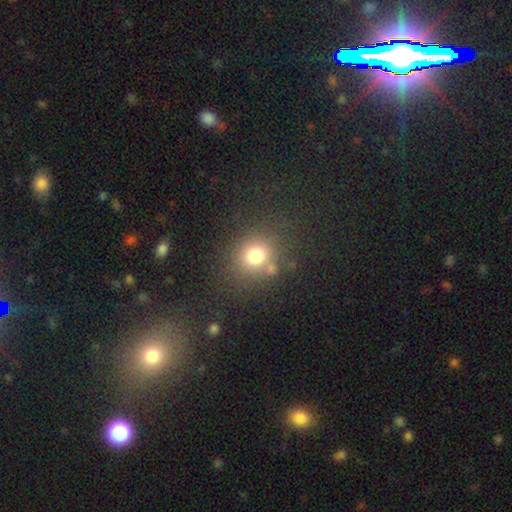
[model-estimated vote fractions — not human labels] smooth 74%, star or artifact 17%, featured or disk 9%. Down the decision tree: how rounded — round (78%); merging — none (73%).